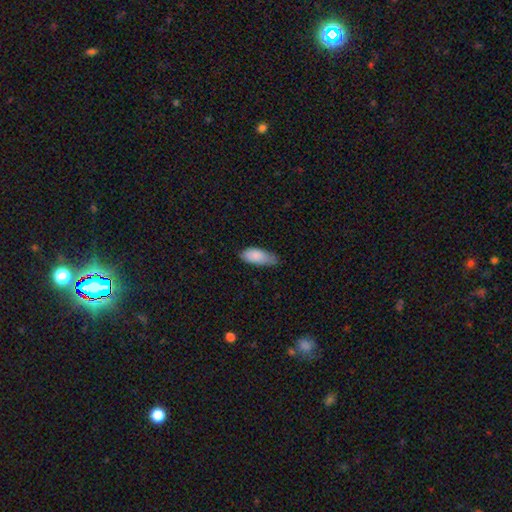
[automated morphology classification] The model was most divided on "merging": none: 50%, minor disturbance: 42%, major disturbance: 7%, merger: 2%. More confident: smooth or featured — smooth (87%); how rounded — in between (86%).